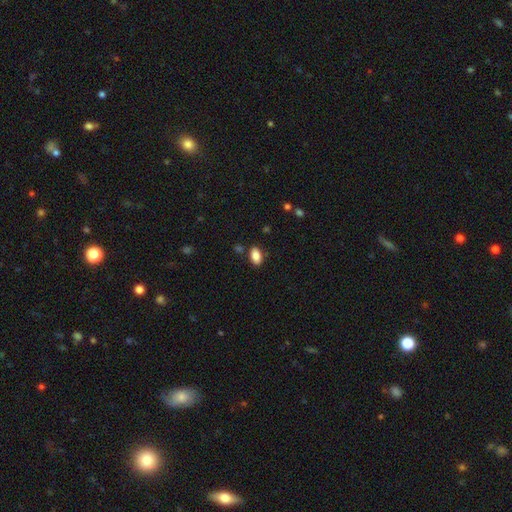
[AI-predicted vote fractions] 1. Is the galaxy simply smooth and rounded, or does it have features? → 86% smooth, 8% star or artifact, 6% featured or disk.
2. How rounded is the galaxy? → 92% in between, 6% round, 3% cigar-shaped.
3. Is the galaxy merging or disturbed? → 83% none, 11% minor disturbance, 4% merger, 2% major disturbance.